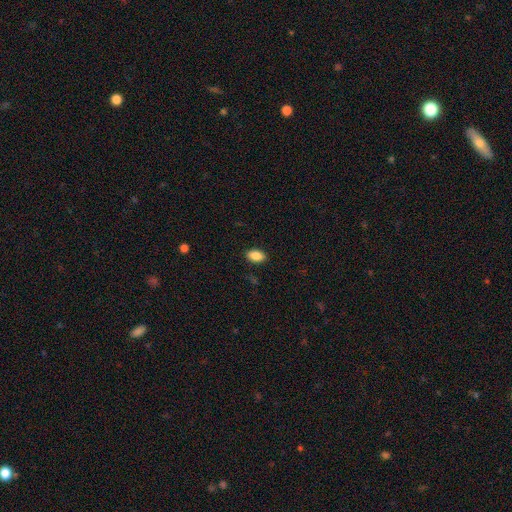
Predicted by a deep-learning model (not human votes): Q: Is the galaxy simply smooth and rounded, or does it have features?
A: smooth — 88%.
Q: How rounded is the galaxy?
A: in between — 91%.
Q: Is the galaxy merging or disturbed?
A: none — 88%.